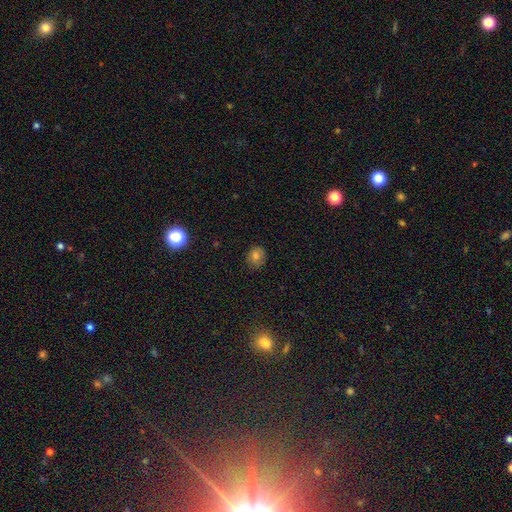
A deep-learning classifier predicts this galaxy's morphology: Smooth or featured? smooth (76%)
How rounded? round (70%)
Merging? none (84%)